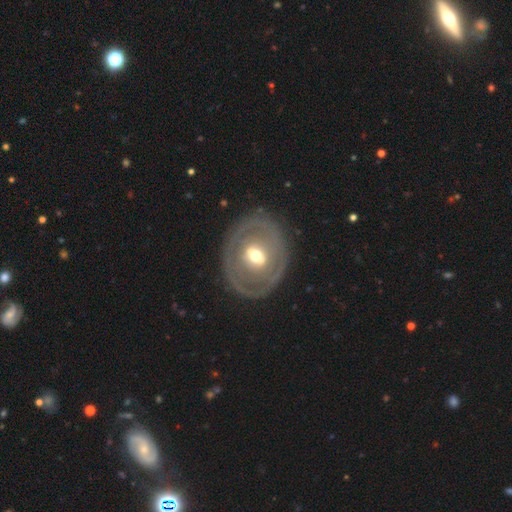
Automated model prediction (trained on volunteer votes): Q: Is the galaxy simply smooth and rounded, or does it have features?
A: featured or disk — 68%.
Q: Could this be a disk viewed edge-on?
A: no — 93%.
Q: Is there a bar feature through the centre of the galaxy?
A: weak — 38%.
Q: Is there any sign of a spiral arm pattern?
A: no — 68%.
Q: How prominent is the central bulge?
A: moderate — 66%.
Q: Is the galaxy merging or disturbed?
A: none — 79%.